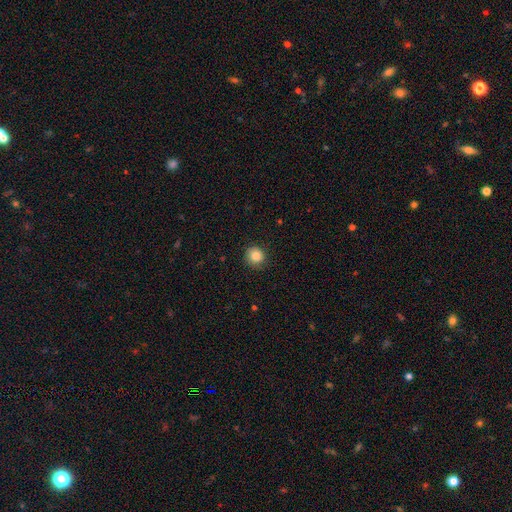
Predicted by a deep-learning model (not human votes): Smooth or featured? smooth (85%)
How rounded? round (90%)
Merging? none (86%)